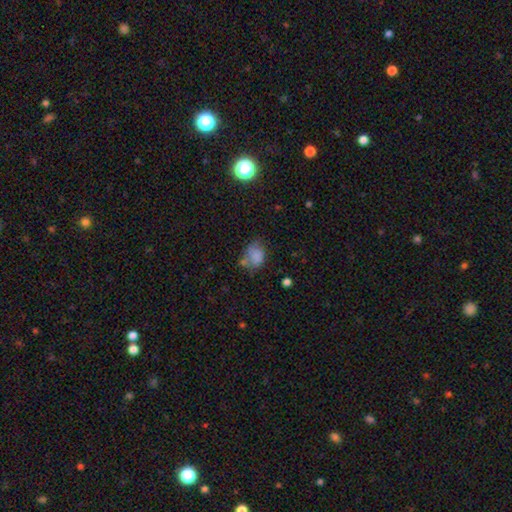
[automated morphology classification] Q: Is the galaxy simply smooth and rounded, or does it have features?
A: smooth — 75%.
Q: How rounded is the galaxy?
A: in between — 58%.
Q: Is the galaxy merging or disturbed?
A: none — 43%.